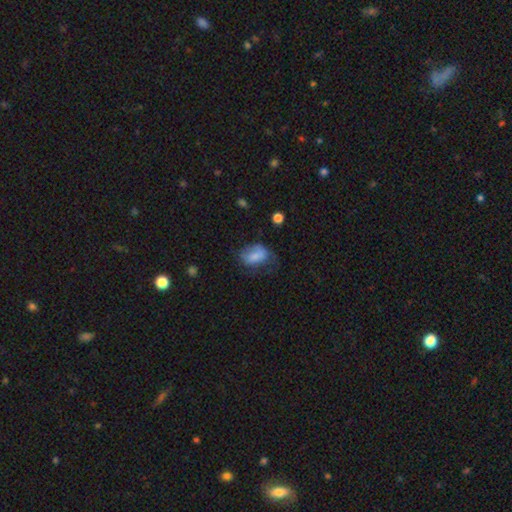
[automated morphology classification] smooth_or_featured: smooth (p=0.71) [alt: featured or disk p=0.21]
how_rounded: in between (p=0.83) [alt: round p=0.16]
merging: none (p=0.39) [alt: minor disturbance p=0.32]